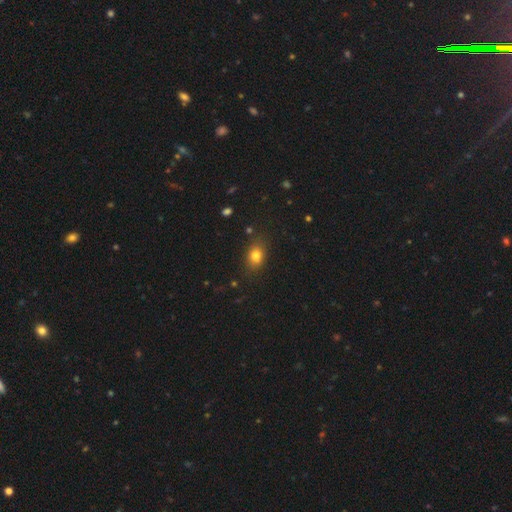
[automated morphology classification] The model was most divided on "how rounded": in between: 66%, round: 32%, cigar-shaped: 2%. More confident: merging — none (81%); smooth or featured — smooth (79%).